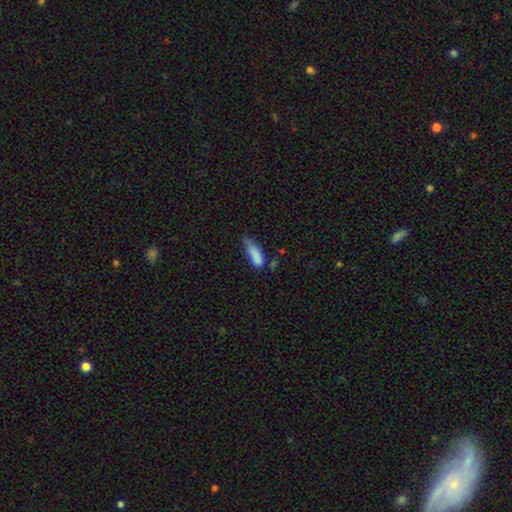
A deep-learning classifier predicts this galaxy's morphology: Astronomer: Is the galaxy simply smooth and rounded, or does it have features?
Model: smooth — 82%.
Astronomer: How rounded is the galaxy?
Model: in between — 62%.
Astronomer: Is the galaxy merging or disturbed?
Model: minor disturbance — 42% (runner-up: none, 31%).